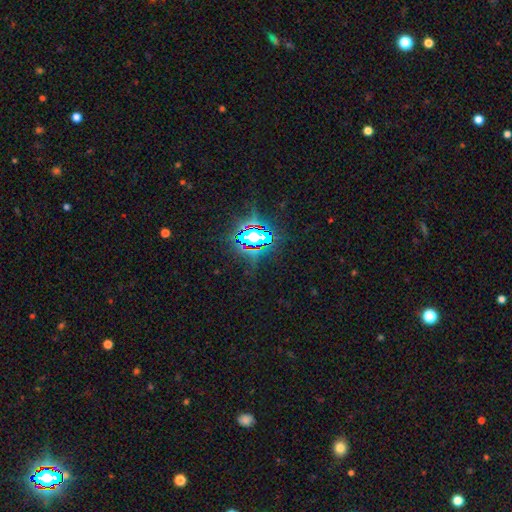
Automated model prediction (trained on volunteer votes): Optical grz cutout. It shows a star or artifact, not a galaxy (80%).